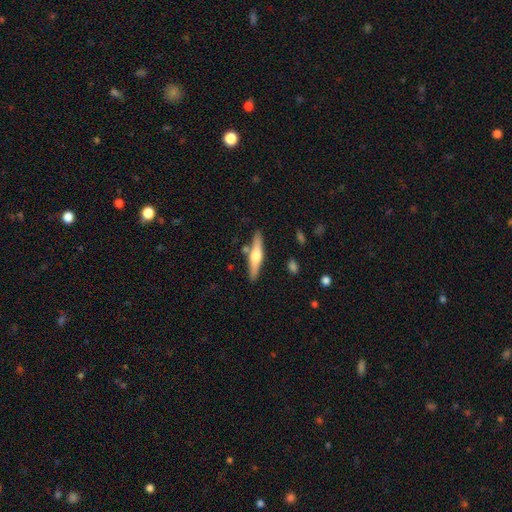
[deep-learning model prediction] Smooth or featured?
  - featured or disk: 61% *
  - smooth: 34%
  - star or artifact: 5%
Edge-on disk?
  - yes: 96% *
  - no: 4%
Edge-on bulge?
  - rounded: 92% *
  - boxy: 5%
  - none: 3%
Merging?
  - none: 84% *
  - minor disturbance: 10%
  - merger: 4%
  - major disturbance: 2%